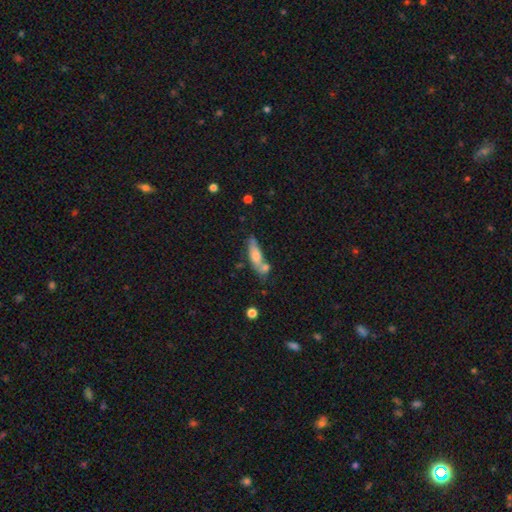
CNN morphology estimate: Overall: smooth (65%; featured or disk 28%). How rounded: cigar-shaped (59%; in between 38%). Merging: none (48%; merger 26%).